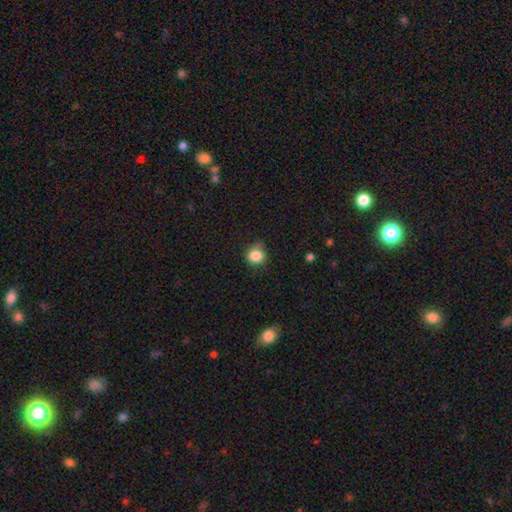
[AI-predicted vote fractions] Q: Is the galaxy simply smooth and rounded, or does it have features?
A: smooth — 84%.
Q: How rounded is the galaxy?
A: round — 79%.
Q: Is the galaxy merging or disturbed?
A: none — 60%.